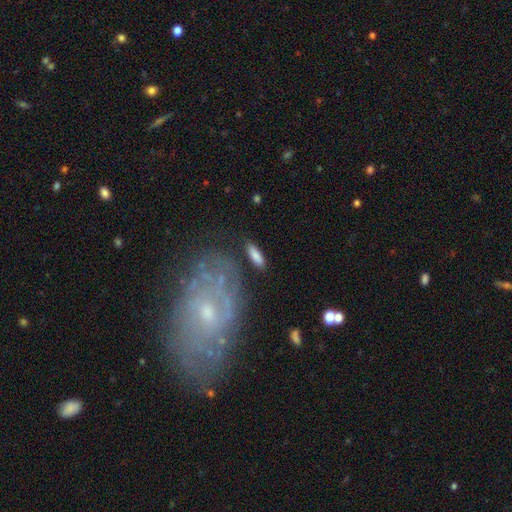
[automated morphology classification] smooth 82%, featured or disk 12%, star or artifact 6%. Down the decision tree: how rounded — in between (55%); merging — none (81%).